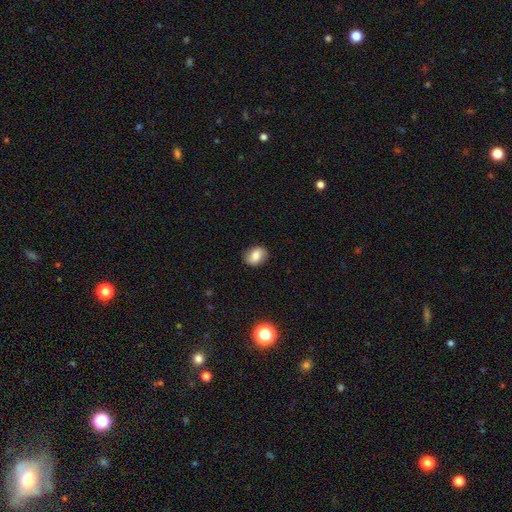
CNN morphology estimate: A smooth galaxy with no disk features (77%) that is in between round and cigar-shaped (64%).

Vote fractions:
- Smooth or featured? smooth: 77% / featured or disk: 14% / star or artifact: 9%
- How rounded? in between: 64% / round: 35% / cigar-shaped: 1%
- Merging? none: 85% / minor disturbance: 11% / major disturbance: 3% / merger: 1%